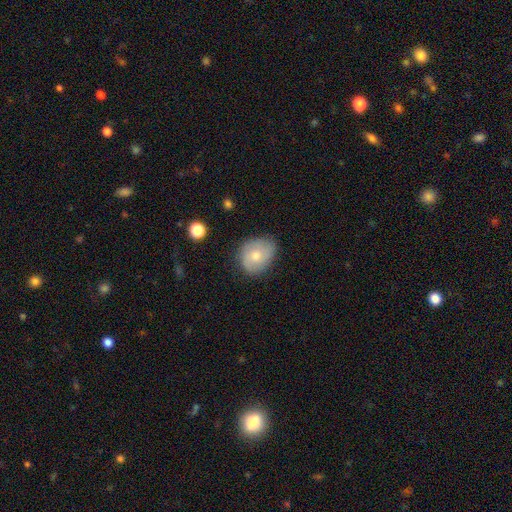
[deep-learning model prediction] smooth 59%, featured or disk 34%, star or artifact 7%. Down the decision tree: how rounded — round (50%); merging — none (69%).